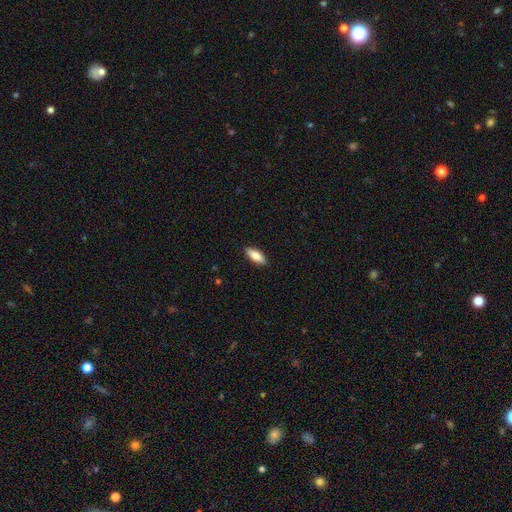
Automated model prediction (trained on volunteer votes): A smooth galaxy with no disk features (85%) that is in between round and cigar-shaped (79%). Merging: none (89%).